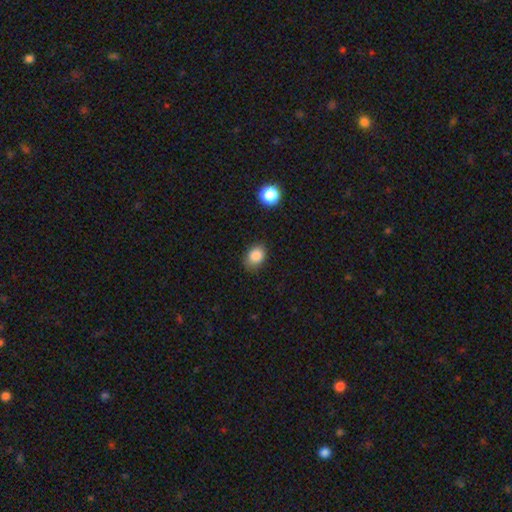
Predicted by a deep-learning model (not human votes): Smooth or featured? Predicted: smooth (p=0.86). How rounded? Predicted: in between (p=0.64). Merging? Predicted: none (p=0.77).